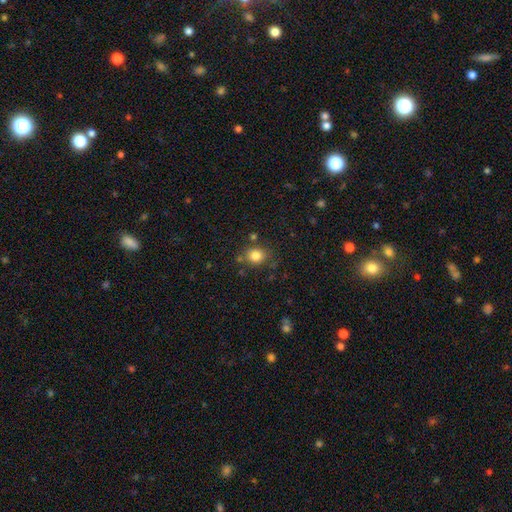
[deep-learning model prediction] A smooth galaxy with no disk features (81%) that is round (77%).

Vote fractions:
- Smooth or featured? smooth: 81% / star or artifact: 12% / featured or disk: 7%
- How rounded? round: 77% / in between: 22% / cigar-shaped: 1%
- Merging? none: 78% / minor disturbance: 12% / merger: 7% / major disturbance: 4%